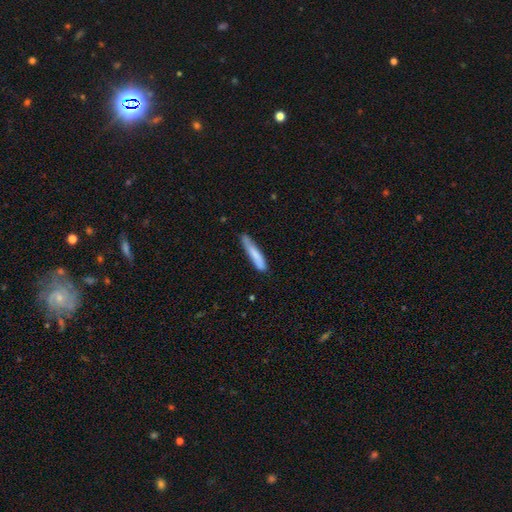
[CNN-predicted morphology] Smooth or featured? Predicted: smooth (p=0.76). How rounded? Predicted: cigar-shaped (p=0.91). Merging? Predicted: none (p=0.74).